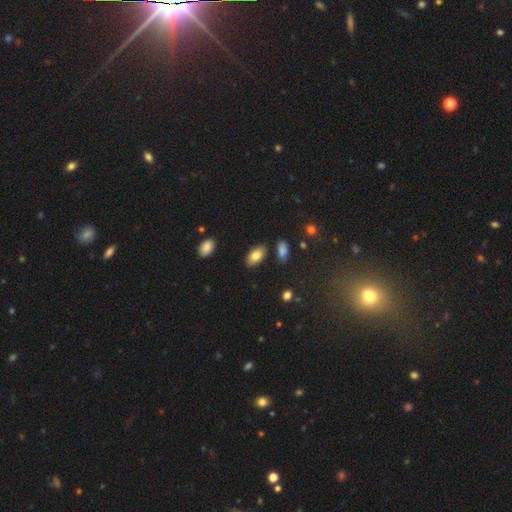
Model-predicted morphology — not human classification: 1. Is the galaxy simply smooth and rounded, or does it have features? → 81% smooth, 11% featured or disk, 7% star or artifact.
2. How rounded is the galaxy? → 94% in between, 3% round, 3% cigar-shaped.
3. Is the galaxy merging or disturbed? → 84% none, 10% minor disturbance, 4% merger, 2% major disturbance.